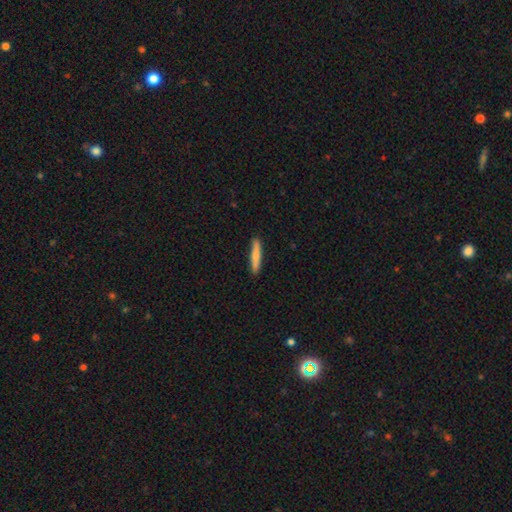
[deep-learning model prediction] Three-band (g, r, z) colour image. It shows a smooth galaxy with no disk features (73%) that is cigar-shaped (91%). Merging: none (89%).